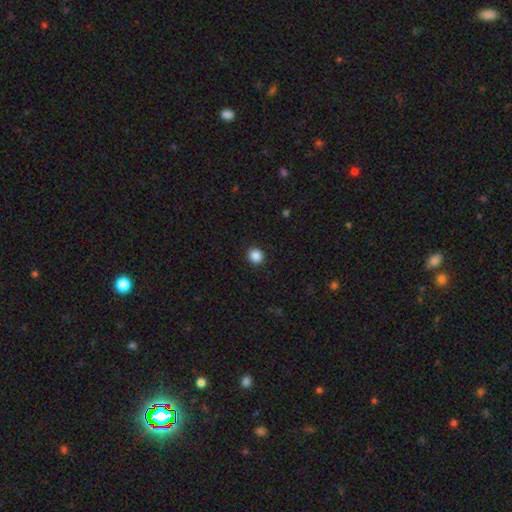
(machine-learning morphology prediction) Smooth or featured: smooth — 87% (star or artifact — 10%)
How rounded: round — 88% (in between — 11%)
Merging: none — 92% (minor disturbance — 5%)